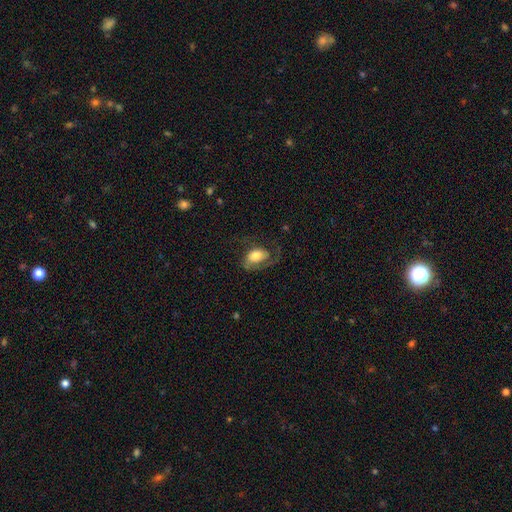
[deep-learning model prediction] Smooth or featured? Predicted: featured or disk (p=0.54). Edge-on disk? Predicted: no (p=0.96). Bar? Predicted: no (p=0.63). Spiral arms? Predicted: yes (p=0.84). Bulge size? Predicted: moderate (p=0.48). Merging? Predicted: none (p=0.45).